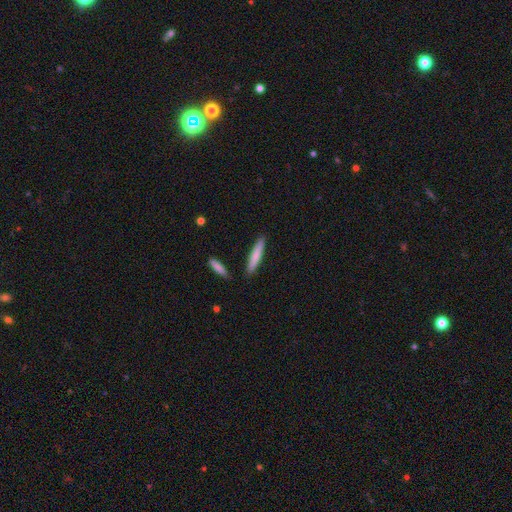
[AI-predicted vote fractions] Smooth or featured: smooth — 77% (featured or disk — 18%)
How rounded: cigar-shaped — 91% (in between — 8%)
Merging: none — 87% (minor disturbance — 8%)